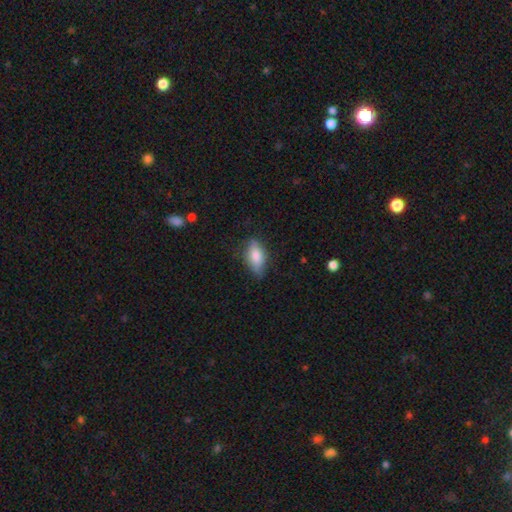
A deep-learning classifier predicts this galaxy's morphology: smooth_or_featured: smooth (p=0.77) [alt: featured or disk p=0.16]
how_rounded: in between (p=0.82) [alt: cigar-shaped p=0.14]
merging: none (p=0.72) [alt: minor disturbance p=0.22]